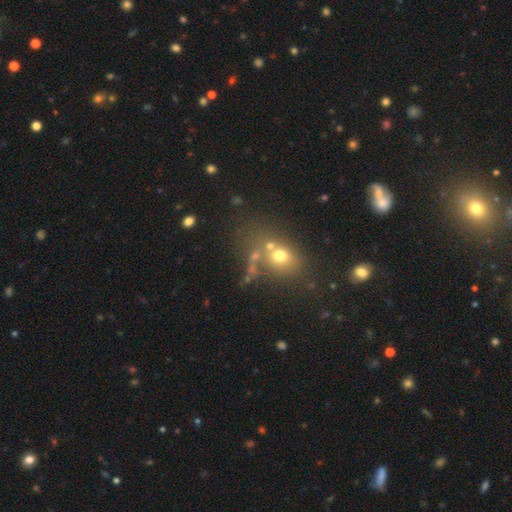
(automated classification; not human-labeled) This appears to be a smooth galaxy with no disk features (54%) that is round (54%). Merging: none (43%).